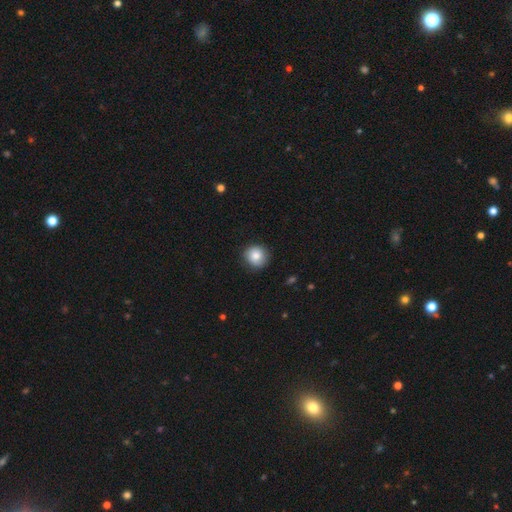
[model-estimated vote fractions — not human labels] Smooth or featured? Predicted: smooth (p=0.83). How rounded? Predicted: round (p=0.91). Merging? Predicted: none (p=0.87).